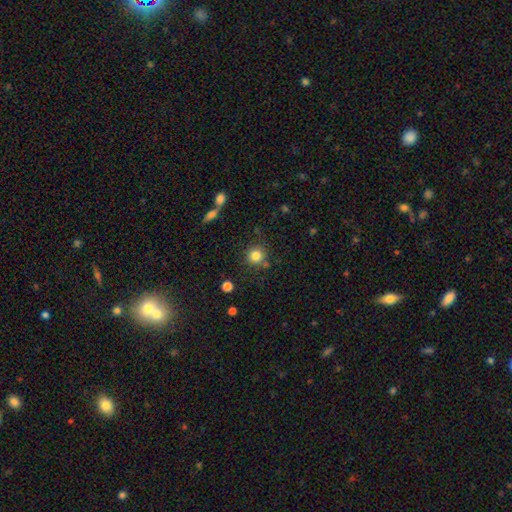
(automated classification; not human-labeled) Smooth or featured: smooth — 82% (star or artifact — 11%)
How rounded: round — 92% (in between — 7%)
Merging: none — 80% (minor disturbance — 9%)